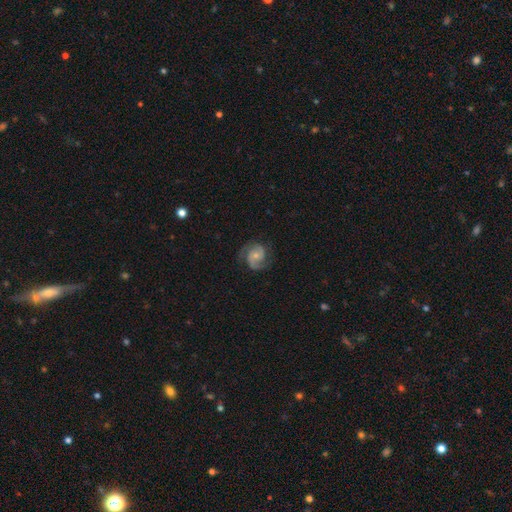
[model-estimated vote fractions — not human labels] This appears to be a featured or disk galaxy (85%) with no bar (65%), 2 (87%) medium (50%) spiral arms (97%) and a small central bulge (60%). Merging: none (75%).